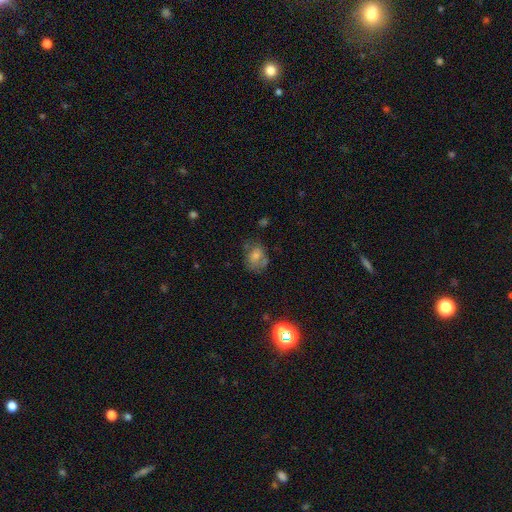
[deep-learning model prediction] A smooth galaxy with no disk features (52%) that is in between round and cigar-shaped (53%). Merging: none (58%).